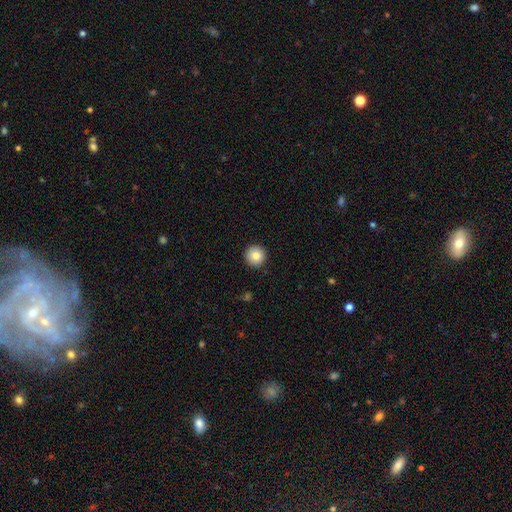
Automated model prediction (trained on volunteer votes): Smooth or featured: smooth — 85% (star or artifact — 8%)
How rounded: round — 96% (in between — 3%)
Merging: none — 92% (minor disturbance — 5%)